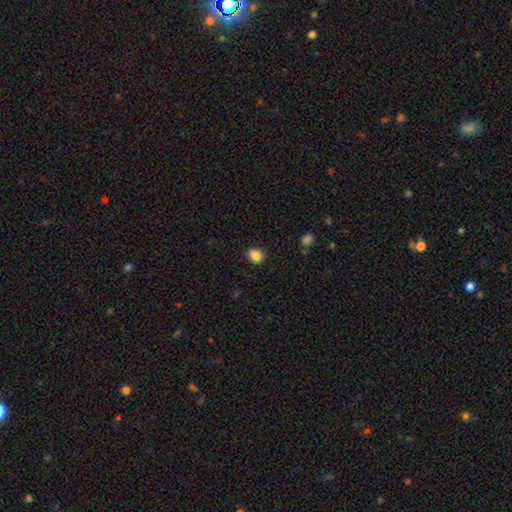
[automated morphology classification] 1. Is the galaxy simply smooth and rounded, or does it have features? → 84% smooth, 11% star or artifact, 6% featured or disk.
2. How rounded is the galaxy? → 67% round, 32% in between, 1% cigar-shaped.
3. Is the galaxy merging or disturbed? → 73% none, 19% minor disturbance, 4% merger, 4% major disturbance.